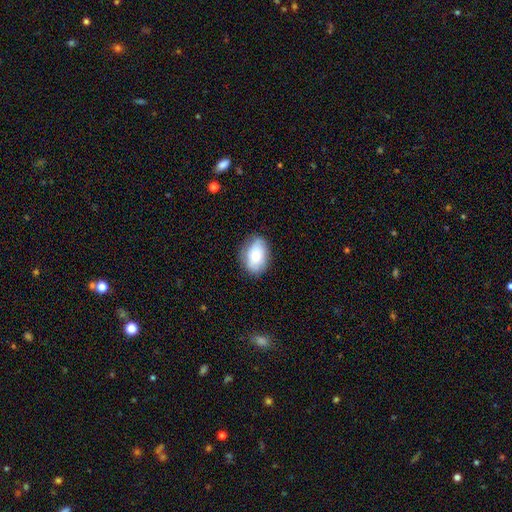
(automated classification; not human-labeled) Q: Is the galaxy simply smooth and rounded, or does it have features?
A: smooth — 73%.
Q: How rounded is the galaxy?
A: in between — 81%.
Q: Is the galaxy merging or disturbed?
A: none — 77%.